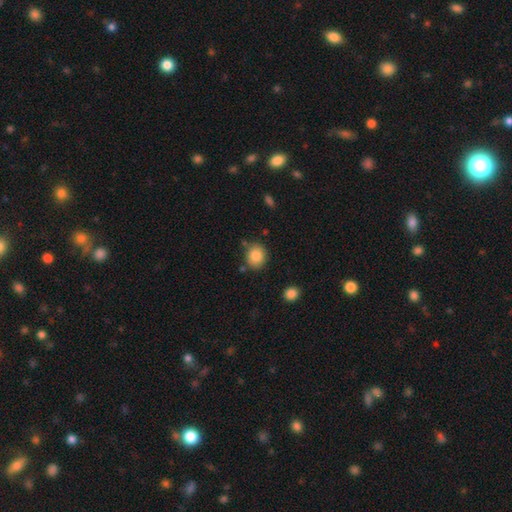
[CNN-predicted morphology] smooth 84%, star or artifact 9%, featured or disk 7%. Down the decision tree: how rounded — round (74%); merging — none (80%).